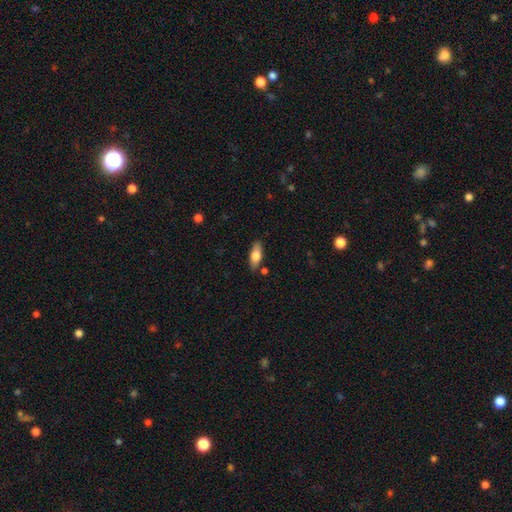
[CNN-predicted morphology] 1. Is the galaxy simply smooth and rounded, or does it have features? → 72% smooth, 22% featured or disk, 6% star or artifact.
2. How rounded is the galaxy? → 75% in between, 22% cigar-shaped, 3% round.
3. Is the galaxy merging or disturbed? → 82% none, 12% minor disturbance, 4% merger, 2% major disturbance.